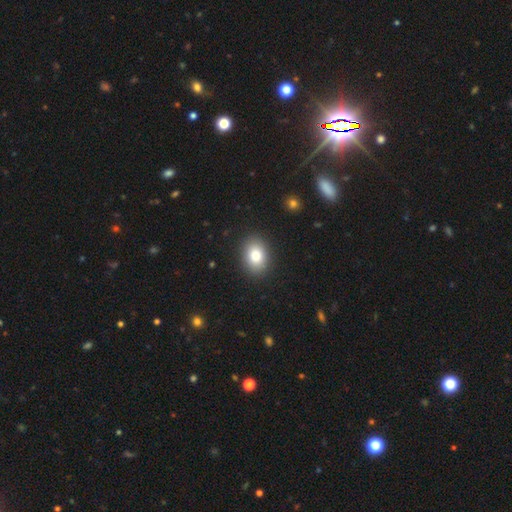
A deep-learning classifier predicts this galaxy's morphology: smooth-or-featured: smooth: 81% | featured or disk: 10% | star or artifact: 9%
  how-rounded: in between: 69% | round: 30% | cigar-shaped: 1%
  merging: none: 89% | minor disturbance: 7% | major disturbance: 2% | merger: 1%